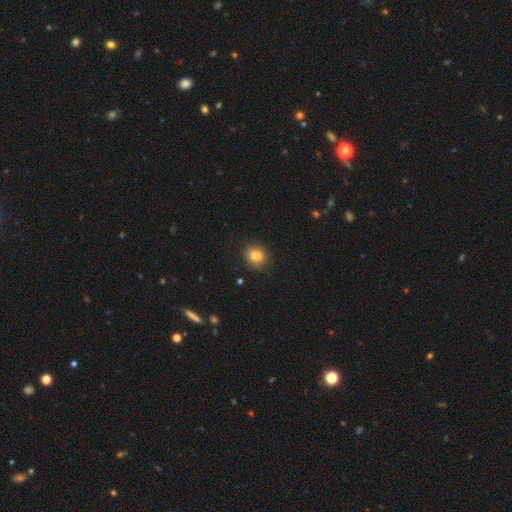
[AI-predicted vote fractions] smooth 83%, star or artifact 11%, featured or disk 6%. Down the decision tree: how rounded — round (79%); merging — none (87%).